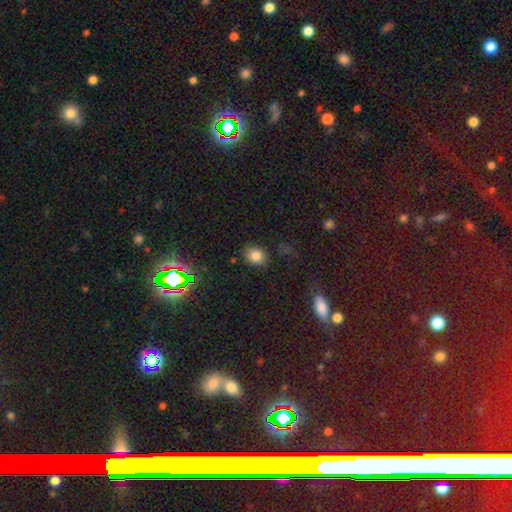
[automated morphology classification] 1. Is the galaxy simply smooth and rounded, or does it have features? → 79% smooth, 14% star or artifact, 7% featured or disk.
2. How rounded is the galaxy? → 51% round, 48% in between, 1% cigar-shaped.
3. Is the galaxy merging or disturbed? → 82% none, 12% minor disturbance, 4% major disturbance, 2% merger.